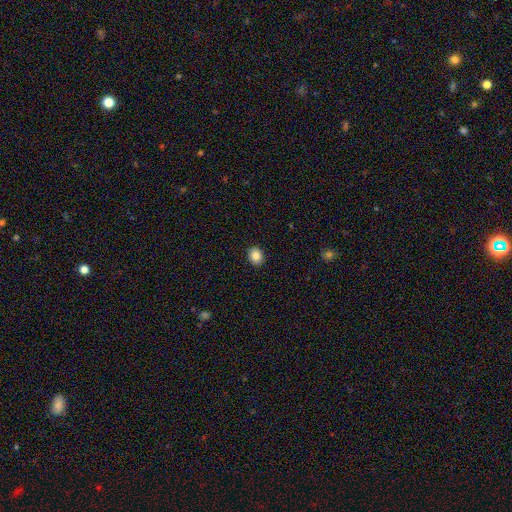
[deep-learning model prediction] smooth 84%, star or artifact 9%, featured or disk 6%. Down the decision tree: how rounded — round (59%); merging — none (91%).